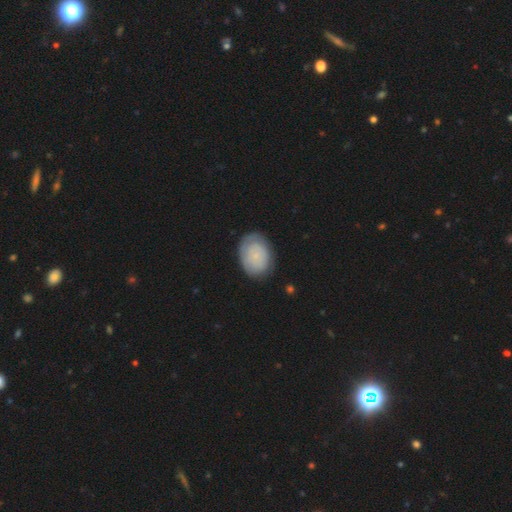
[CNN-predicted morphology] A smooth galaxy with no disk features (64%) that is in between round and cigar-shaped (69%).

Vote fractions:
- Smooth or featured? smooth: 64% / featured or disk: 29% / star or artifact: 7%
- How rounded? in between: 69% / round: 30% / cigar-shaped: 1%
- Merging? none: 71% / minor disturbance: 21% / major disturbance: 6% / merger: 1%